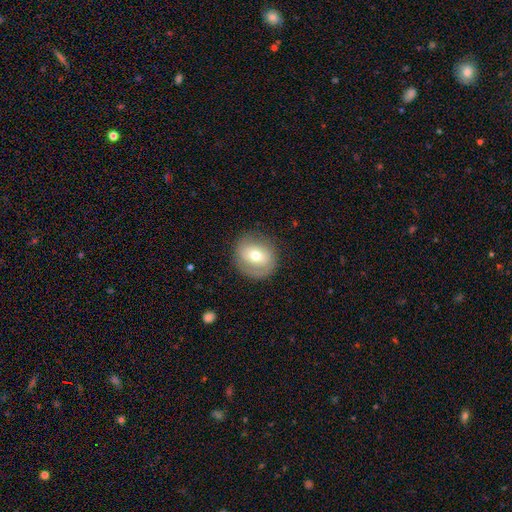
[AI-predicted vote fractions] Q: Smooth or featured?
A: smooth (58%); runner-up: featured or disk (34%)
Q: How rounded?
A: round (77%); runner-up: in between (22%)
Q: Merging?
A: none (79%); runner-up: minor disturbance (13%)